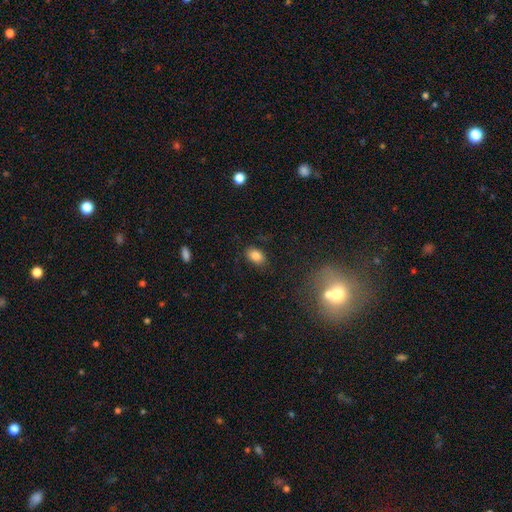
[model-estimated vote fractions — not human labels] Overall: smooth (83%). How rounded: in between (82%). Merging: none (83%).